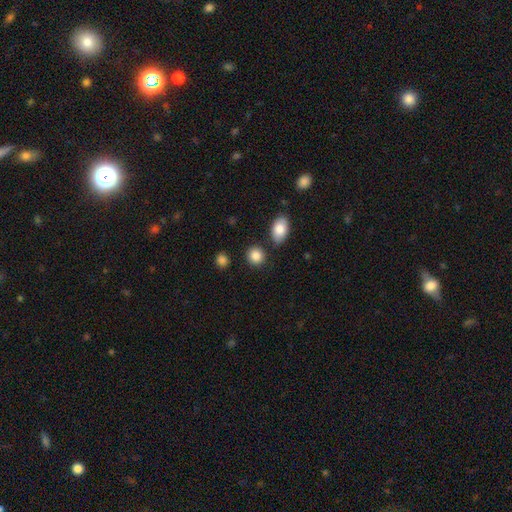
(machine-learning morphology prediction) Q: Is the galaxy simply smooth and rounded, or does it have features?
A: smooth — 87%.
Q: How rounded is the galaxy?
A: round — 78%.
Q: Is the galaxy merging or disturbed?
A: none — 82%.